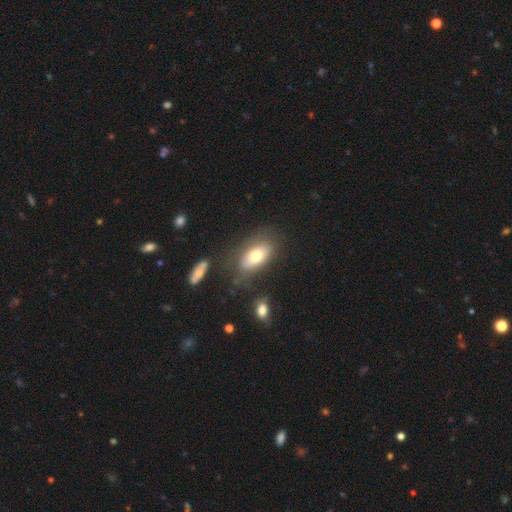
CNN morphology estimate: Q: Smooth or featured?
A: smooth (70%); runner-up: featured or disk (22%)
Q: How rounded?
A: in between (88%); runner-up: round (7%)
Q: Merging?
A: none (69%); runner-up: minor disturbance (17%)